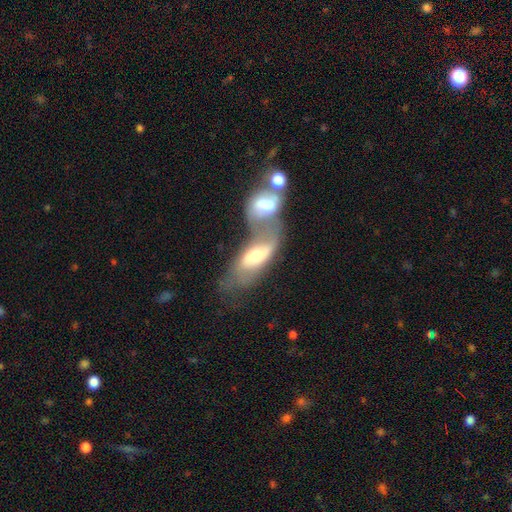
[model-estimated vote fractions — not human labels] A featured or disk galaxy (53%).

Vote fractions:
- Smooth or featured? featured or disk: 53% / smooth: 37% / star or artifact: 11%
- Edge-on disk? no: 83% / yes: 17%
- Merging? merger: 73% / none: 11% / major disturbance: 10% / minor disturbance: 6%